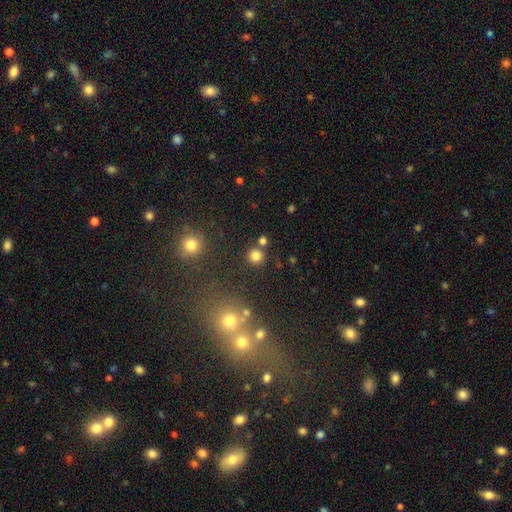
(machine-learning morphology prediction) smooth 80%, star or artifact 15%, featured or disk 5%. Down the decision tree: how rounded — round (93%); merging — none (82%).